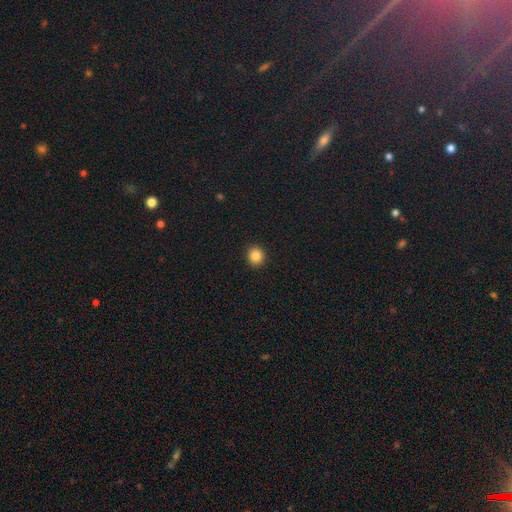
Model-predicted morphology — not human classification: Smooth or featured?
  - smooth: 84% *
  - star or artifact: 11%
  - featured or disk: 5%
How rounded?
  - round: 89% *
  - in between: 10%
  - cigar-shaped: 1%
Merging?
  - none: 93% *
  - minor disturbance: 5%
  - major disturbance: 2%
  - merger: 1%